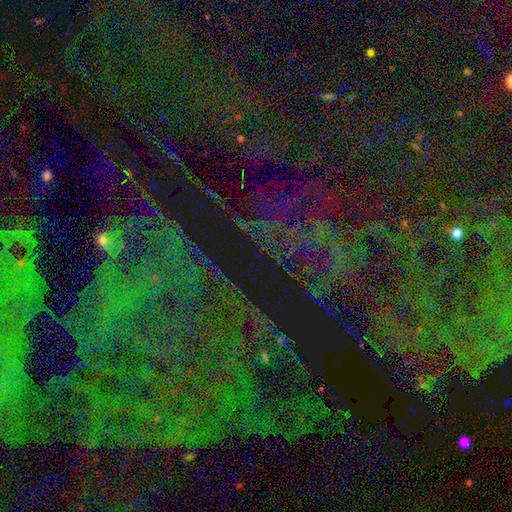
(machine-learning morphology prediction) Smooth or featured?
  - star or artifact: 77% *
  - smooth: 13%
  - featured or disk: 10%